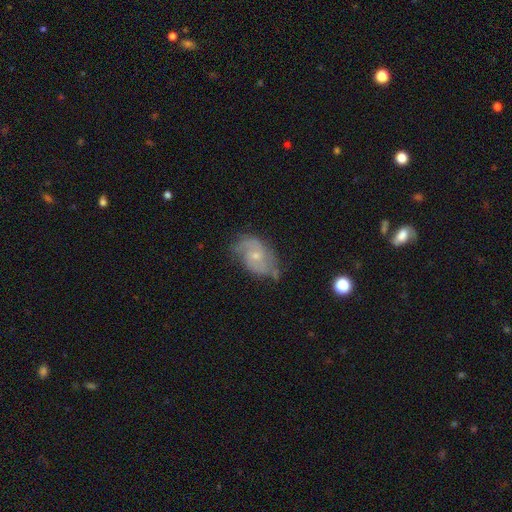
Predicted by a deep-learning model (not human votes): The model was most divided on "spiral winding": medium: 44%, tight: 30%, loose: 26%. More confident: edge-on disk — no (97%); spiral arms — yes (85%); smooth or featured — featured or disk (71%); spiral arm count — 2 (69%); bulge size — small (68%); bar — no (68%); merging — none (55%).